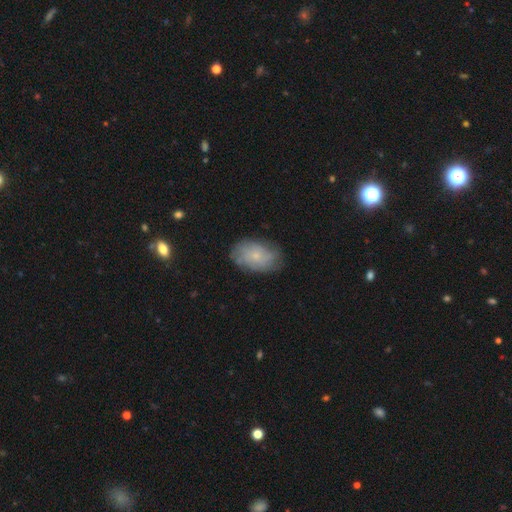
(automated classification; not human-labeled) A smooth galaxy with no disk features (51%) that is in between round and cigar-shaped (86%). Merging: none (75%).